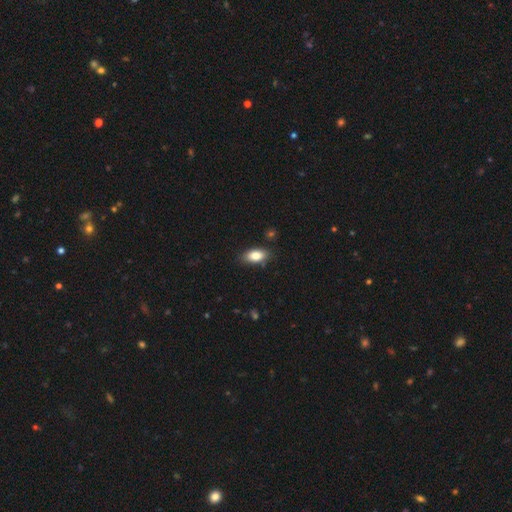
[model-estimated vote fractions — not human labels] Smooth or featured? Predicted: smooth (p=0.84). How rounded? Predicted: in between (p=0.90). Merging? Predicted: none (p=0.82).